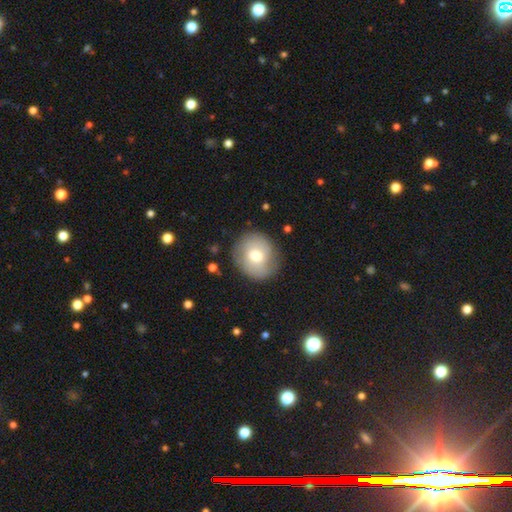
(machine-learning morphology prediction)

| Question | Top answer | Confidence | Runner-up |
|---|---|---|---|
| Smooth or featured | smooth | 66% | featured or disk (26%) |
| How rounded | round | 80% | in between (19%) |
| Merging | none | 82% | minor disturbance (13%) |